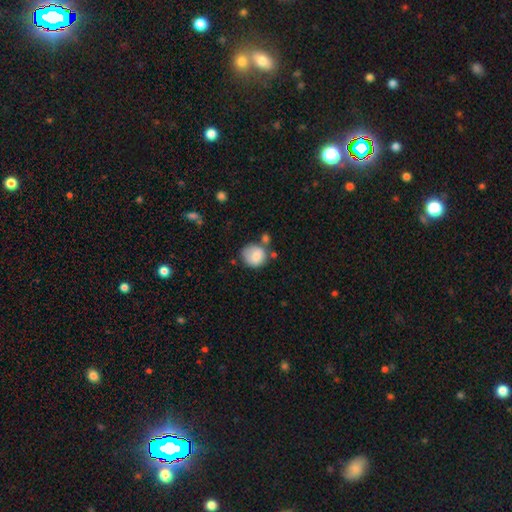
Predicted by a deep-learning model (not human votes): smooth_or_featured: smooth (p=0.80) [alt: featured or disk p=0.12]
how_rounded: round (p=0.79) [alt: in between p=0.20]
merging: none (p=0.52) [alt: minor disturbance p=0.25]